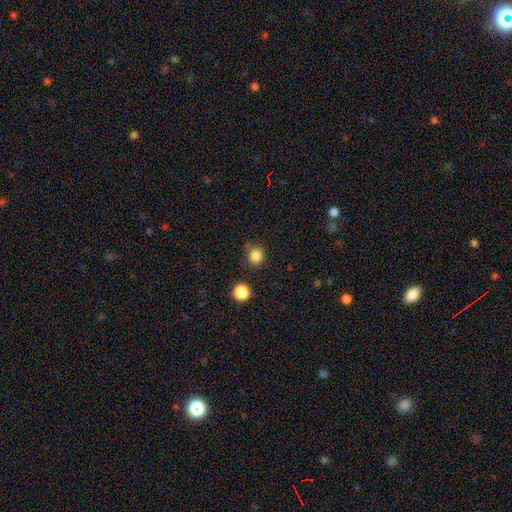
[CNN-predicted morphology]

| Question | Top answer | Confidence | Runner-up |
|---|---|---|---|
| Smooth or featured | smooth | 83% | star or artifact (13%) |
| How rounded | round | 91% | in between (8%) |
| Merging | none | 83% | minor disturbance (9%) |